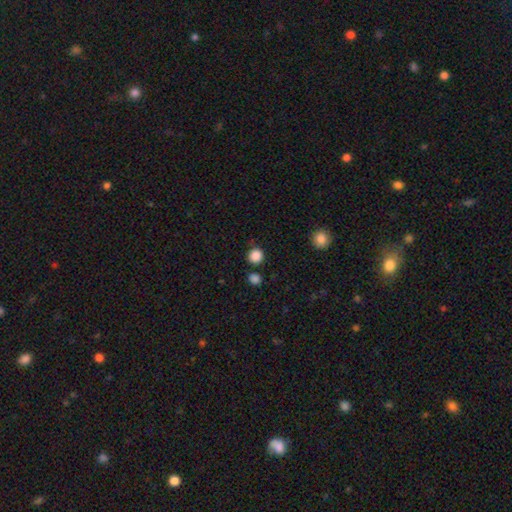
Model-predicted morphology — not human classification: type=smooth (86%); roundness=round (91%); merging=none (83%).